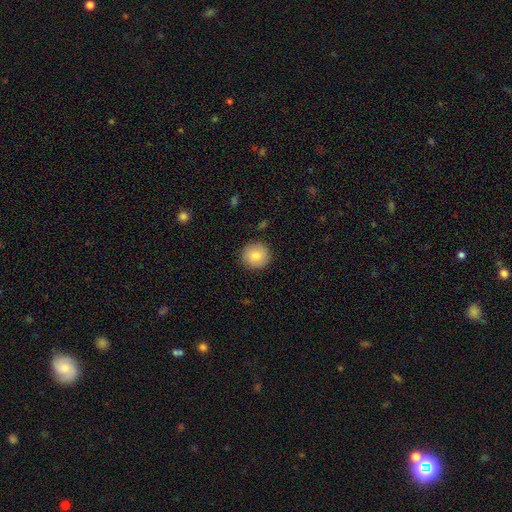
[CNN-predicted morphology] Overall: smooth (82%). How rounded: round (93%). Merging: none (90%).